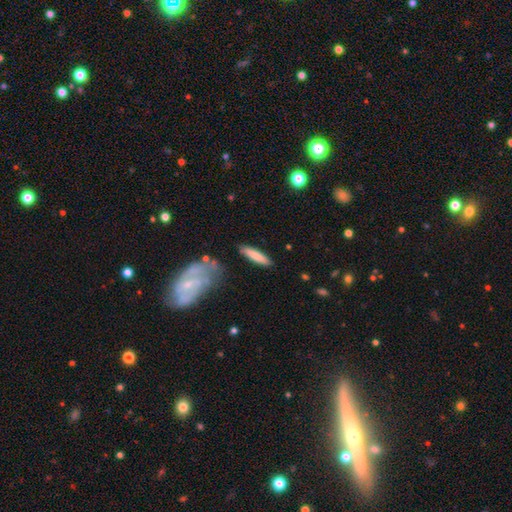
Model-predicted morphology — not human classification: type=smooth (80%); roundness=cigar-shaped (81%); merging=none (83%).